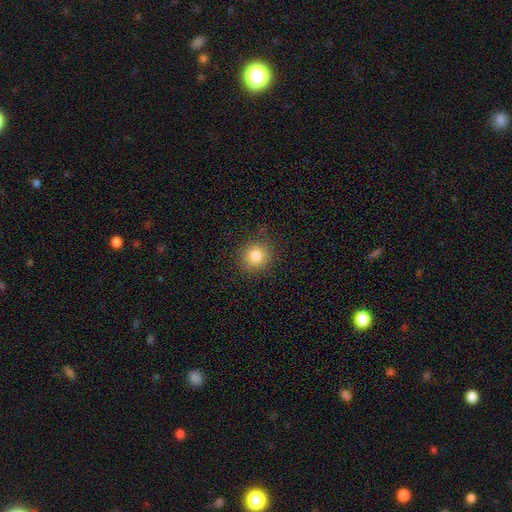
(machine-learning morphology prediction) The model was most divided on "smooth or featured": smooth: 82%, star or artifact: 11%, featured or disk: 7%. More confident: how rounded — round (89%); merging — none (88%).